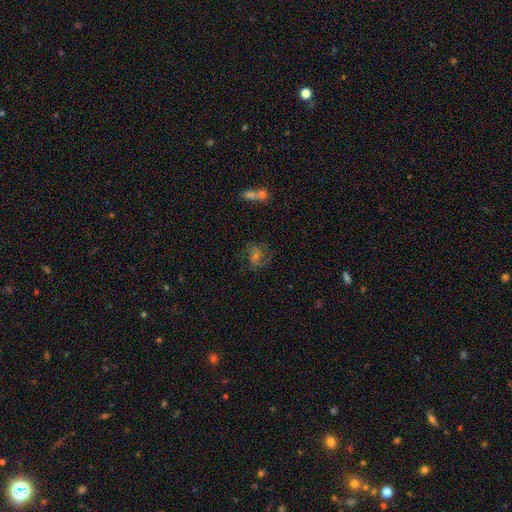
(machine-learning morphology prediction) Smooth or featured: featured or disk — 67% (smooth — 17%)
Edge-on disk: no — 97% (yes — 3%)
Bar: no — 48% (weak — 42%)
Spiral arms: yes — 92% (no — 8%)
Spiral winding: medium — 53% (tight — 24%)
Spiral arm count: 2 — 74% (can't tell — 11%)
Bulge size: small — 46% (moderate — 36%)
Merging: none — 71% (minor disturbance — 16%)